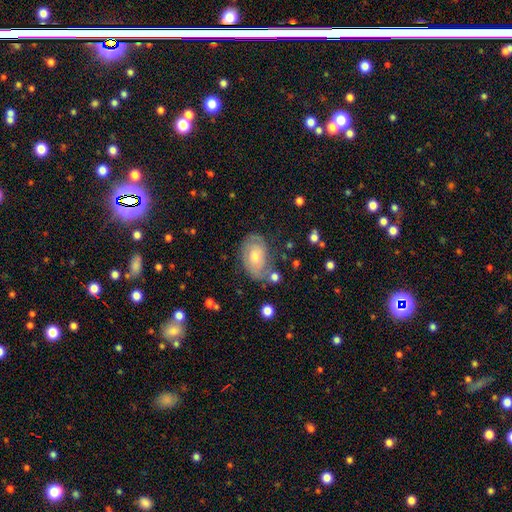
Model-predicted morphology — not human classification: Overall: featured or disk (58%; smooth 33%). Edge-on disk: no (94%). Bar: no (73%). Spiral arms: yes (75%). Bulge size: moderate (63%; small 28%). Merging: none (65%).